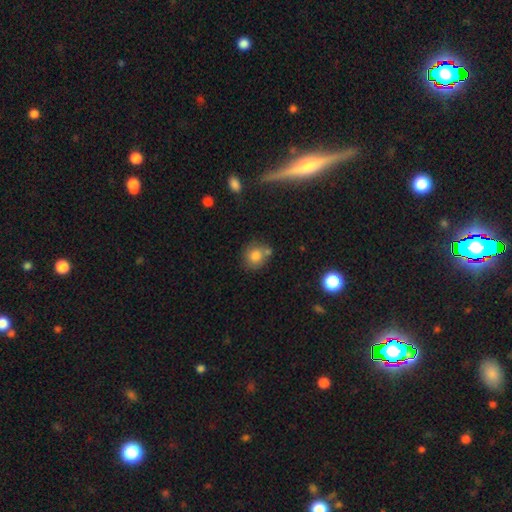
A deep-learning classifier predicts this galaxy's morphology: type=smooth (80%); roundness=round (84%); merging=none (61%).